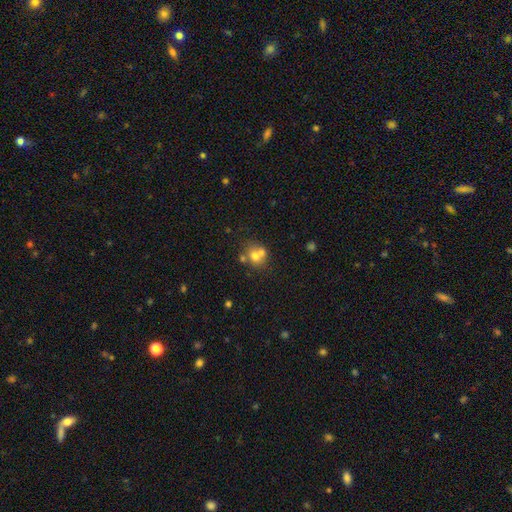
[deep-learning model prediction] A smooth galaxy with no disk features (66%) that is round (75%).

Vote fractions:
- Smooth or featured? smooth: 66% / featured or disk: 21% / star or artifact: 13%
- How rounded? round: 75% / in between: 24% / cigar-shaped: 1%
- Merging? merger: 47% / none: 41% / minor disturbance: 9% / major disturbance: 4%